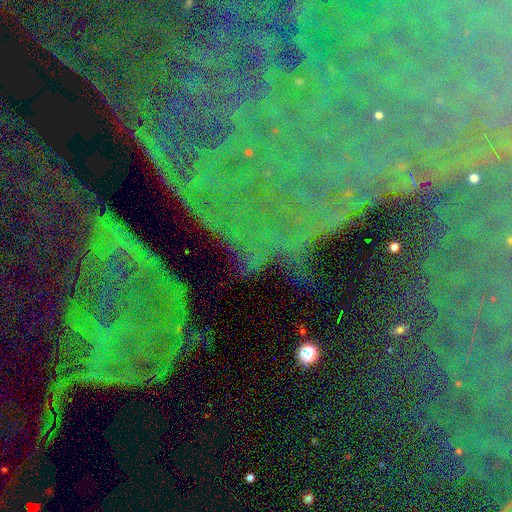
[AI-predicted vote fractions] smooth-or-featured: star or artifact: 76% | featured or disk: 14% | smooth: 10%